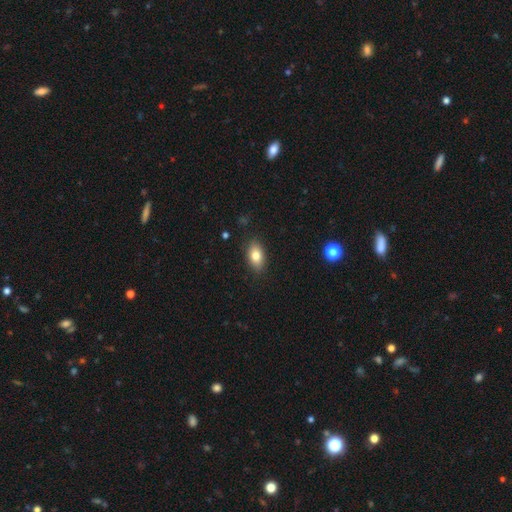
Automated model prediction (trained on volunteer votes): Smooth or featured? smooth (80%)
How rounded? in between (89%)
Merging? none (87%)